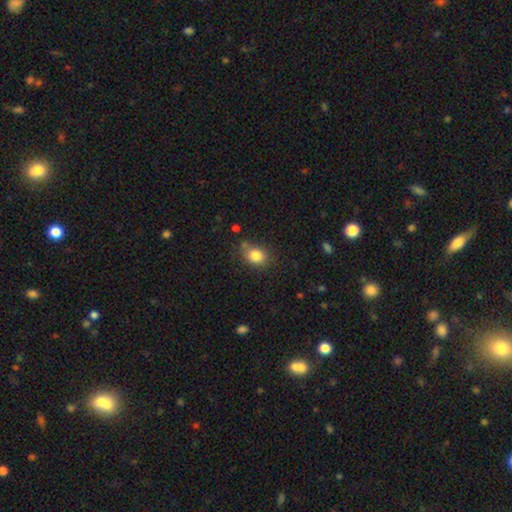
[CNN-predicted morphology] Smooth or featured: smooth — 84% (star or artifact — 10%)
How rounded: round — 51% (in between — 48%)
Merging: none — 71% (minor disturbance — 18%)